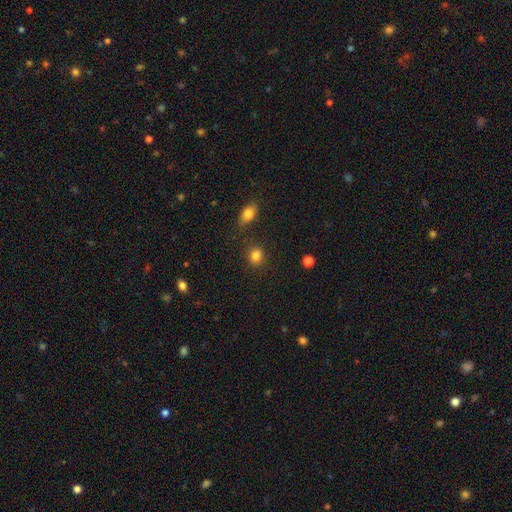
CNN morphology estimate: Smooth or featured? Predicted: smooth (p=0.84). How rounded? Predicted: round (p=0.60). Merging? Predicted: none (p=0.80).